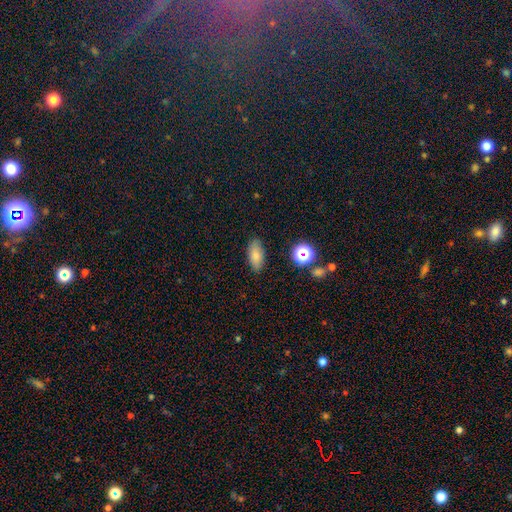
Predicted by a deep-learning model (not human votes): This is likely a smooth galaxy (80%). How rounded: clearly in between (85%). Merging: clearly none (84%).